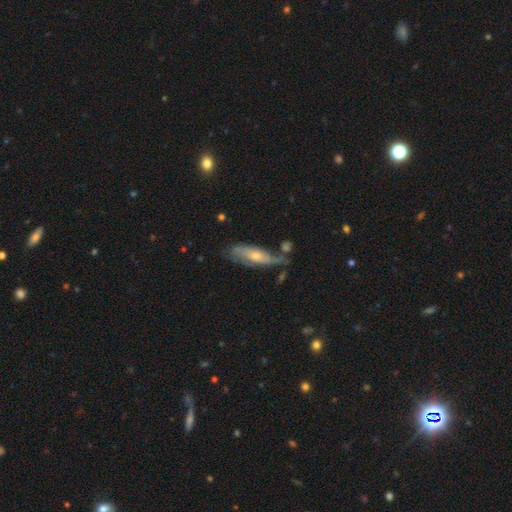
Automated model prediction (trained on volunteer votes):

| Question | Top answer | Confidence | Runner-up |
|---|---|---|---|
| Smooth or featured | featured or disk | 57% | smooth (36%) |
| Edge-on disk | no | 68% | yes (32%) |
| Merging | none | 49% | minor disturbance (28%) |